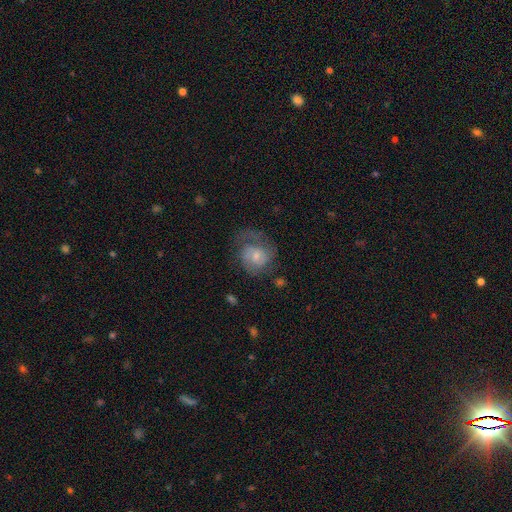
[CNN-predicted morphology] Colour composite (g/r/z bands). It shows a featured or disk galaxy (54%) with no bar (69%), spiral arms (80%) and a small central bulge (50%). Merging: none (42%).